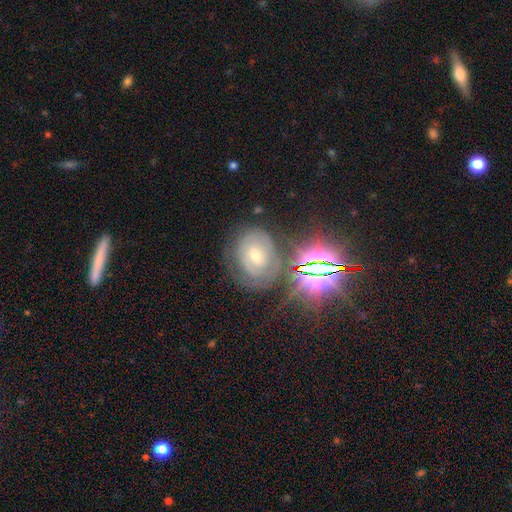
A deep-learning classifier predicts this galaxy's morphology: smooth-or-featured: featured or disk: 60% | star or artifact: 24% | smooth: 17%
  disk-edge-on: no: 95% | yes: 5%
    bar: no: 47% | weak: 38% | strong: 15%
    has-spiral-arms: yes: 82% | no: 18%
    bulge-size: moderate: 52% | small: 43% | large: 3% | none: 2% | dominant: 1%
  merging: none: 70% | minor disturbance: 18% | major disturbance: 9% | merger: 4%